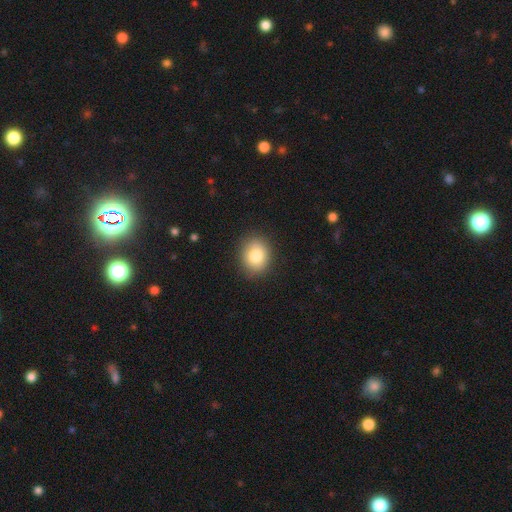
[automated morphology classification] type=smooth (81%); roundness=round (63%); merging=none (89%).